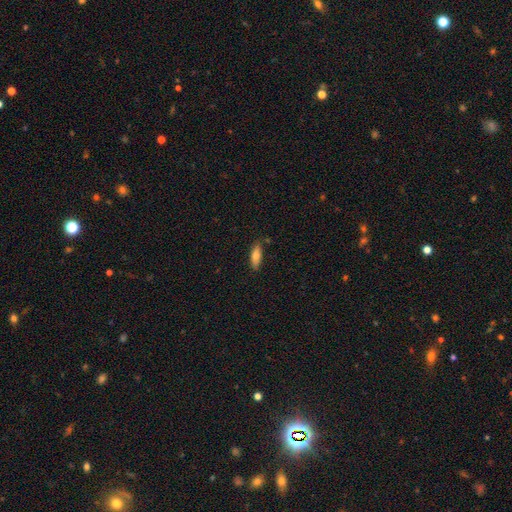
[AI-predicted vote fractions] A smooth galaxy with no disk features (77%) that is in between round and cigar-shaped (62%). Merging: none (81%).